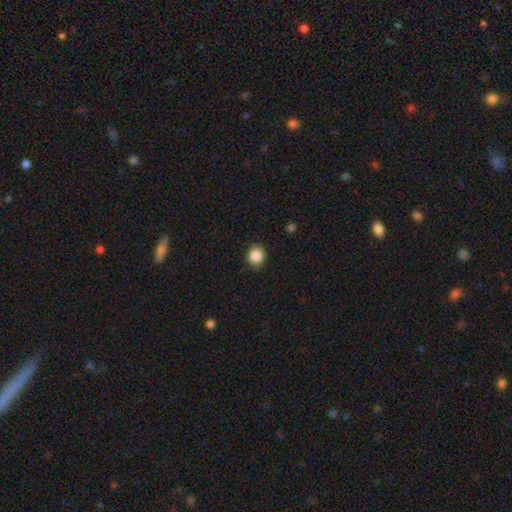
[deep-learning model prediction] A smooth galaxy with no disk features (88%) that is round (75%). Merging: none (87%).